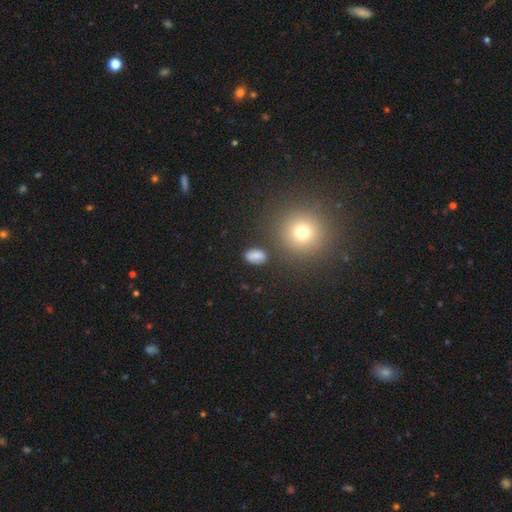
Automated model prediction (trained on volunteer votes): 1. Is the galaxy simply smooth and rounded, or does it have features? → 79% smooth, 12% star or artifact, 8% featured or disk.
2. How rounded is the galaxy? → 83% in between, 14% round, 3% cigar-shaped.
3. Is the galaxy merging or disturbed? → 80% none, 12% minor disturbance, 4% major disturbance, 4% merger.